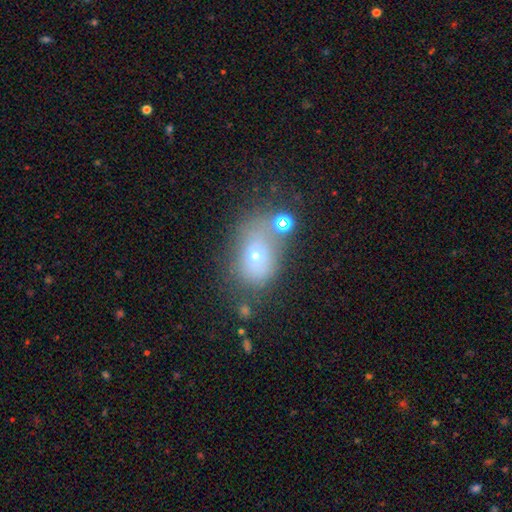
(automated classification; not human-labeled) The model was most divided on "merging": none: 44%, merger: 24%, minor disturbance: 19%, major disturbance: 13%. More confident: how rounded — in between (64%); smooth or featured — smooth (59%).